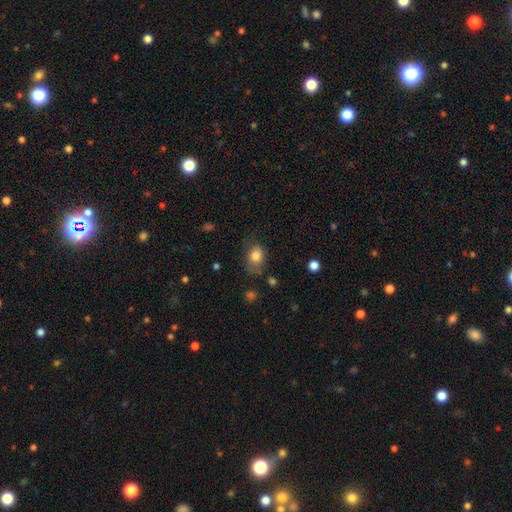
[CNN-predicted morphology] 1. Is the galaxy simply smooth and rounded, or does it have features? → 79% smooth, 12% featured or disk, 8% star or artifact.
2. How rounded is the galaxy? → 68% in between, 31% round, 1% cigar-shaped.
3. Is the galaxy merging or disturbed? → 51% none, 30% minor disturbance, 16% major disturbance, 3% merger.